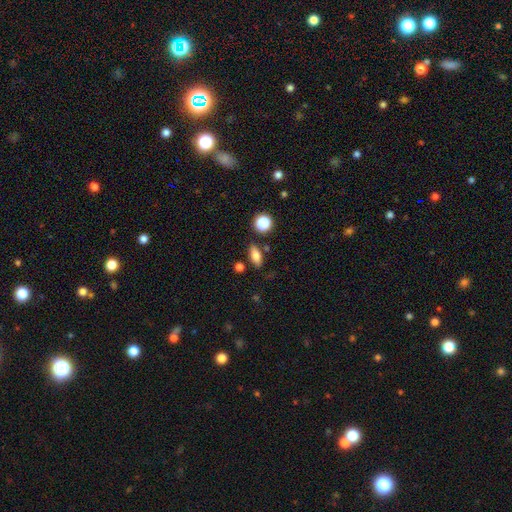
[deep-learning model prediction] Smooth or featured?
  - smooth: 75% *
  - featured or disk: 15%
  - star or artifact: 10%
How rounded?
  - in between: 72% *
  - cigar-shaped: 19%
  - round: 9%
Merging?
  - none: 81% *
  - minor disturbance: 11%
  - merger: 5%
  - major disturbance: 3%